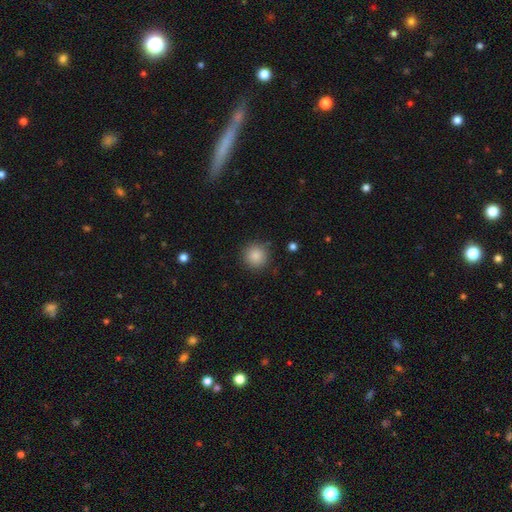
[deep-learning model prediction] Smooth or featured: smooth — 86% (star or artifact — 9%)
How rounded: round — 94% (in between — 5%)
Merging: none — 88% (minor disturbance — 8%)